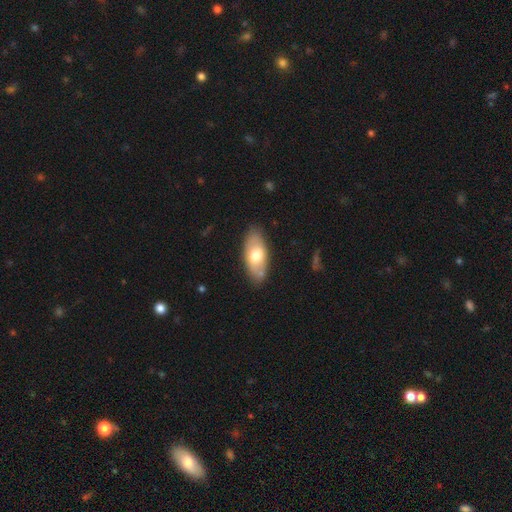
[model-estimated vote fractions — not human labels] A smooth galaxy with no disk features (66%) that is in between round and cigar-shaped (88%). Merging: none (79%).